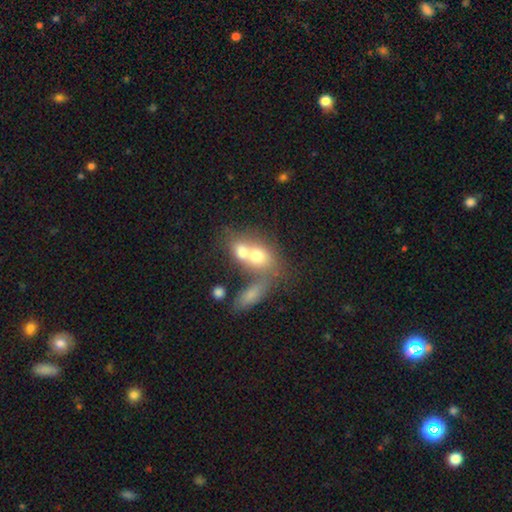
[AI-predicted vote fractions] smooth-or-featured: smooth: 66% | featured or disk: 25% | star or artifact: 10%
  how-rounded: in between: 57% | round: 38% | cigar-shaped: 5%
  merging: merger: 71% | none: 16% | major disturbance: 7% | minor disturbance: 6%